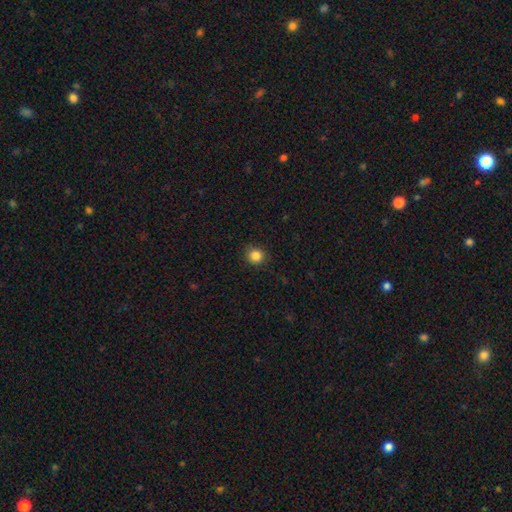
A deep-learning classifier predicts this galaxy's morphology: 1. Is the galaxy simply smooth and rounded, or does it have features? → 85% smooth, 11% star or artifact, 4% featured or disk.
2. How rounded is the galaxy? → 88% round, 11% in between, 1% cigar-shaped.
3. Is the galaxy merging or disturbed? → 90% none, 7% minor disturbance, 2% major disturbance, 1% merger.